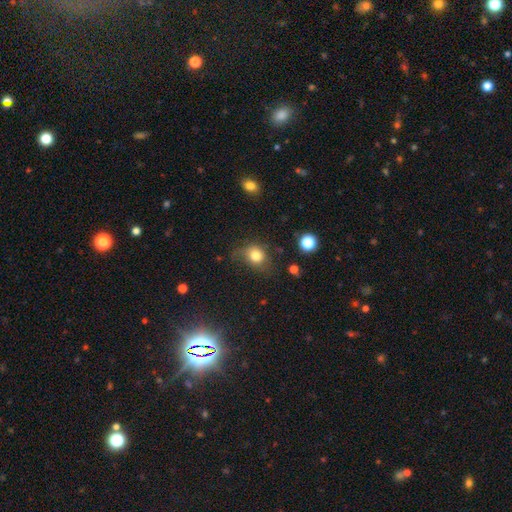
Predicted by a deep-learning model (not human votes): smooth-or-featured: smooth: 80% | star or artifact: 11% | featured or disk: 9%
  how-rounded: round: 63% | in between: 36% | cigar-shaped: 1%
  merging: none: 56% | minor disturbance: 28% | major disturbance: 13% | merger: 3%